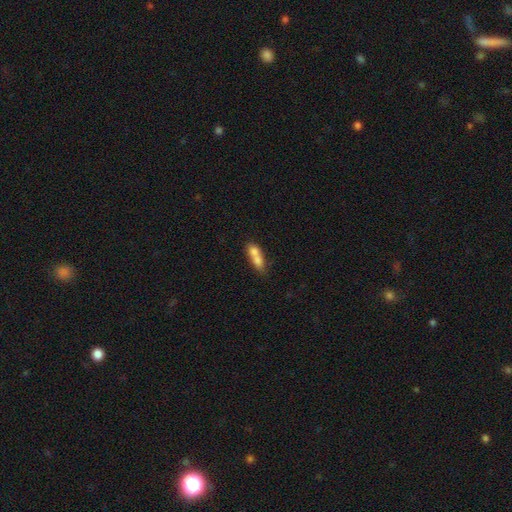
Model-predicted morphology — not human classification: Smooth or featured? Predicted: smooth (p=0.68). How rounded? Predicted: in between (p=0.63). Merging? Predicted: merger (p=0.66).